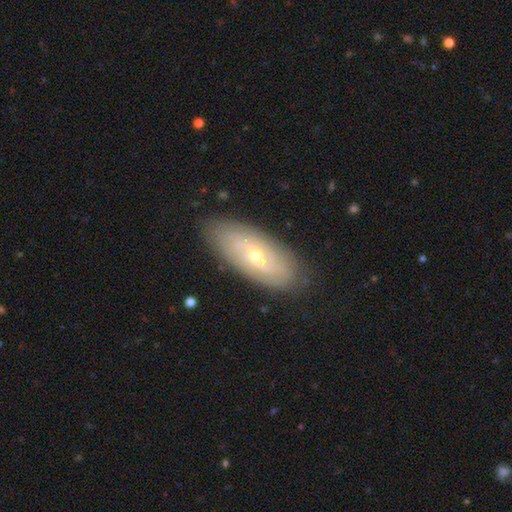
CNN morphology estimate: A featured or disk galaxy (70%) with no bar (54%), spiral arms (80%) and a small central bulge (64%). Merging: none (85%).